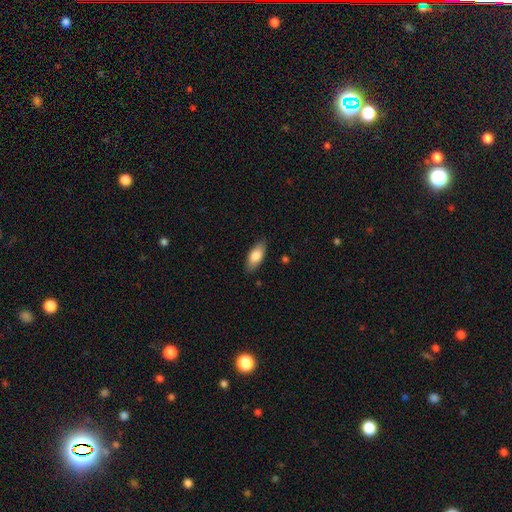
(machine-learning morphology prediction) This is clearly a smooth galaxy (80%). How rounded: clearly in between (84%). Merging: clearly none (85%).